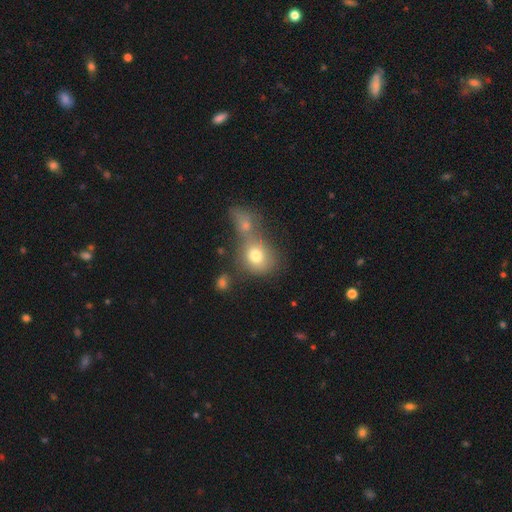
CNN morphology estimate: Overall: smooth (75%). How rounded: round (64%; in between 35%). Merging: merger (55%; none 29%).